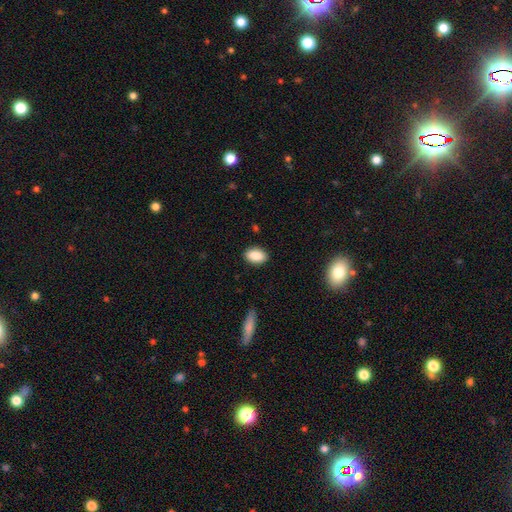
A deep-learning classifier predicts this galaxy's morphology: This is clearly a smooth galaxy (88%). How rounded: clearly in between (90%). Merging: clearly none (87%).